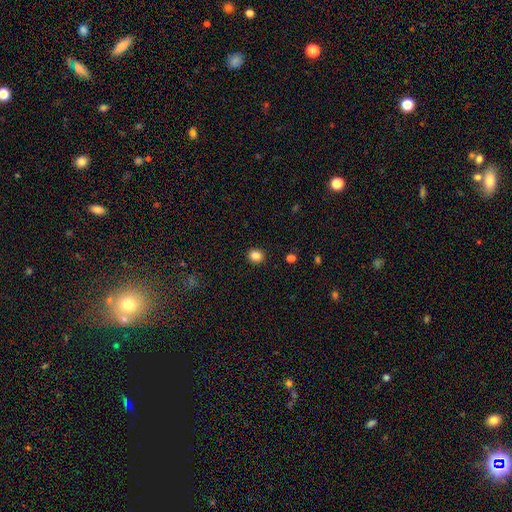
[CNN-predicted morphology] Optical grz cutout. It shows a smooth galaxy with no disk features (85%) that is round (72%). Merging: none (91%).